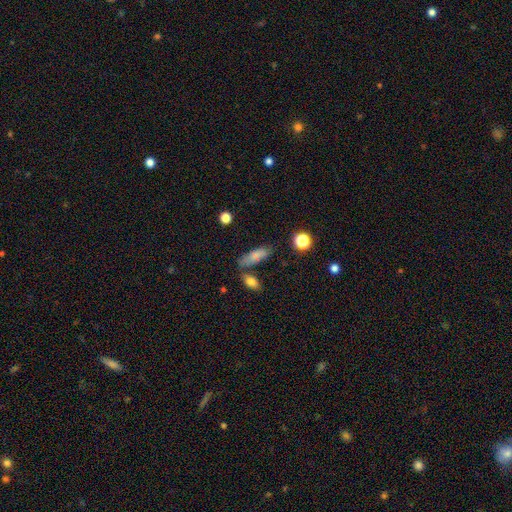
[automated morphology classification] The model was most divided on "how rounded": in between: 59%, cigar-shaped: 37%, round: 4%. More confident: smooth or featured — smooth (76%); merging — none (64%).